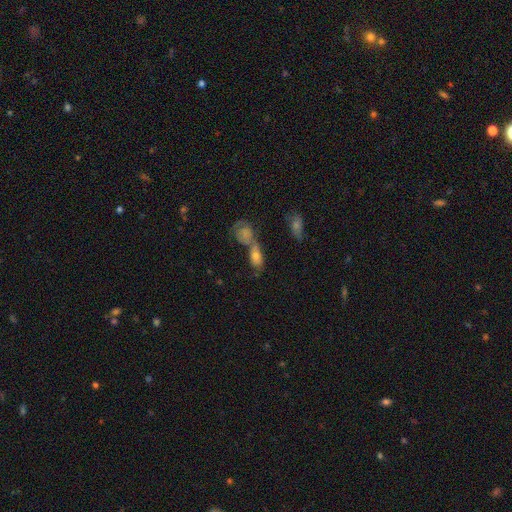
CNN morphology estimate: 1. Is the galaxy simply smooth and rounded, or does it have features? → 59% smooth, 28% featured or disk, 13% star or artifact.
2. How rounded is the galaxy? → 77% in between, 12% round, 11% cigar-shaped.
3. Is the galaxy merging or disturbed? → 48% merger, 31% none, 13% minor disturbance, 8% major disturbance.